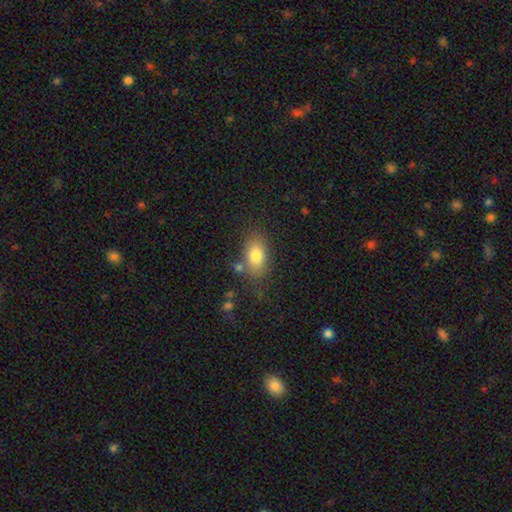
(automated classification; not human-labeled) Smooth or featured: smooth — 80% (featured or disk — 11%)
How rounded: in between — 87% (round — 11%)
Merging: none — 74% (minor disturbance — 15%)